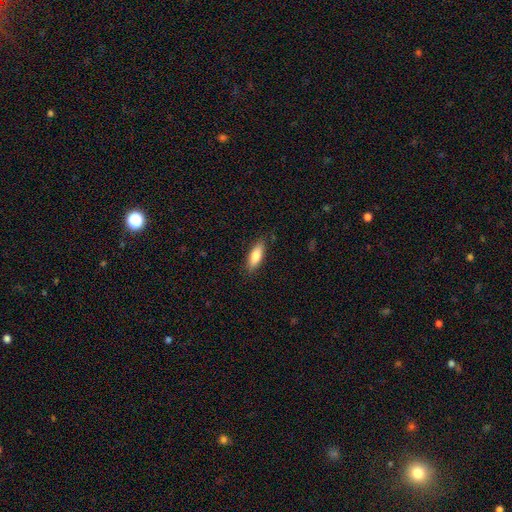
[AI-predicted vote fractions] A smooth galaxy with no disk features (81%) that is in between round and cigar-shaped (64%).

Vote fractions:
- Smooth or featured? smooth: 81% / featured or disk: 13% / star or artifact: 6%
- How rounded? in between: 64% / cigar-shaped: 35% / round: 2%
- Merging? none: 85% / minor disturbance: 11% / major disturbance: 2% / merger: 1%